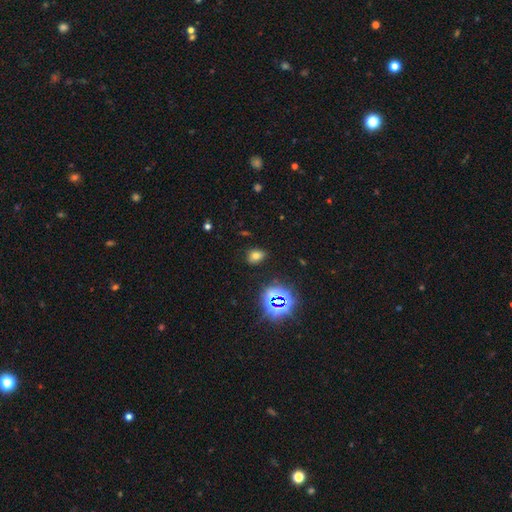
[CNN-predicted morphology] Smooth or featured? Predicted: smooth (p=0.64). How rounded? Predicted: in between (p=0.70). Merging? Predicted: none (p=0.82).